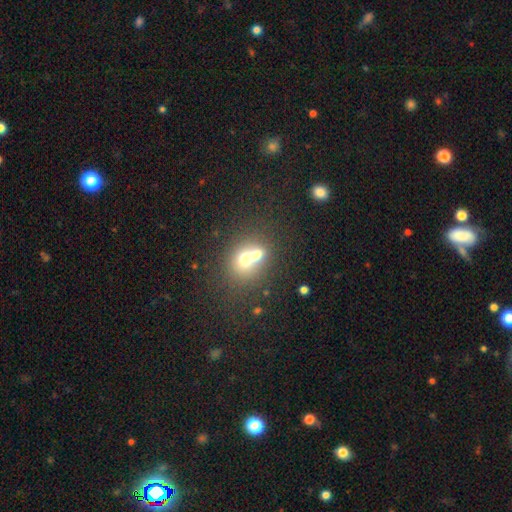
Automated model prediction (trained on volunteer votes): Smooth or featured? Predicted: smooth (p=0.63). How rounded? Predicted: round (p=0.63). Merging? Predicted: merger (p=0.68).